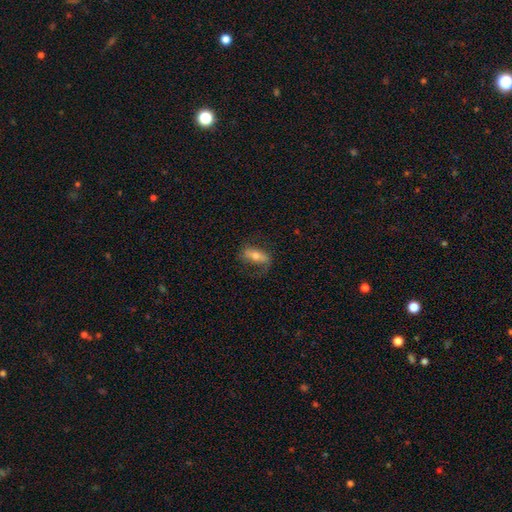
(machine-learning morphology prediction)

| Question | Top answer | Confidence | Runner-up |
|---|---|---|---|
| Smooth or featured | smooth | 51% | featured or disk (41%) |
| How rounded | in between | 69% | cigar-shaped (26%) |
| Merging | none | 65% | minor disturbance (21%) |